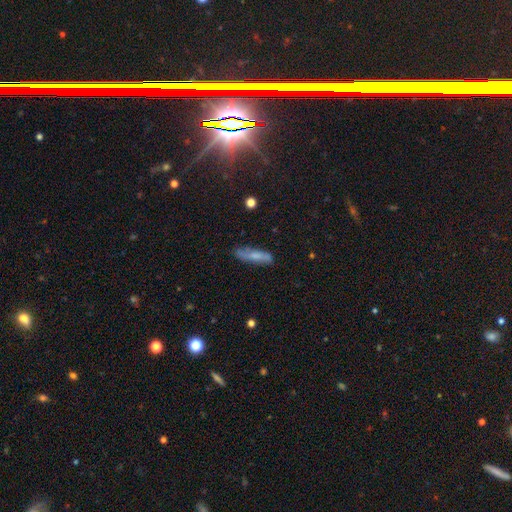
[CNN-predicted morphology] A smooth galaxy with no disk features (60%) that is cigar-shaped (77%). Merging: none (74%).